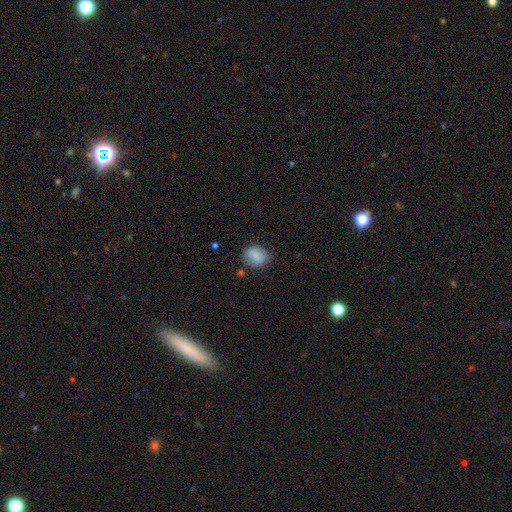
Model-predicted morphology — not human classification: smooth_or_featured: smooth (p=0.81) [alt: featured or disk p=0.10]
how_rounded: in between (p=0.51) [alt: round p=0.48]
merging: none (p=0.75) [alt: minor disturbance p=0.17]